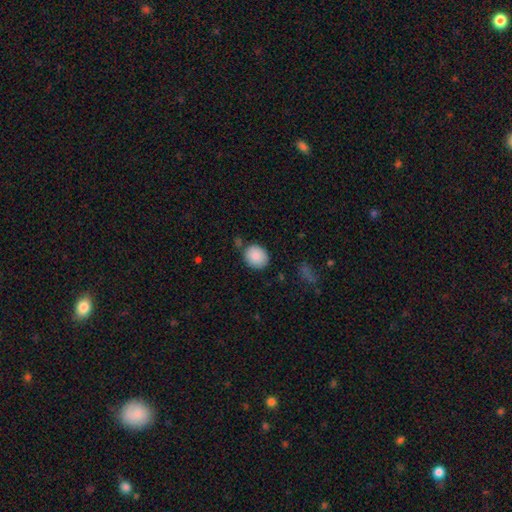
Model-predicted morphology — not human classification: A smooth galaxy with no disk features (88%) that is round (63%).

Vote fractions:
- Smooth or featured? smooth: 88% / star or artifact: 7% / featured or disk: 5%
- How rounded? round: 63% / in between: 36% / cigar-shaped: 1%
- Merging? none: 79% / minor disturbance: 13% / merger: 4% / major disturbance: 3%